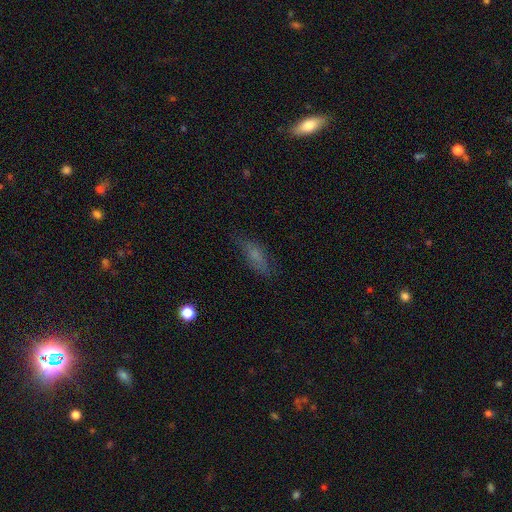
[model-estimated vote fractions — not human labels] Q: Smooth or featured?
A: smooth (60%); runner-up: featured or disk (26%)
Q: How rounded?
A: in between (59%); runner-up: cigar-shaped (37%)
Q: Merging?
A: none (67%); runner-up: minor disturbance (22%)